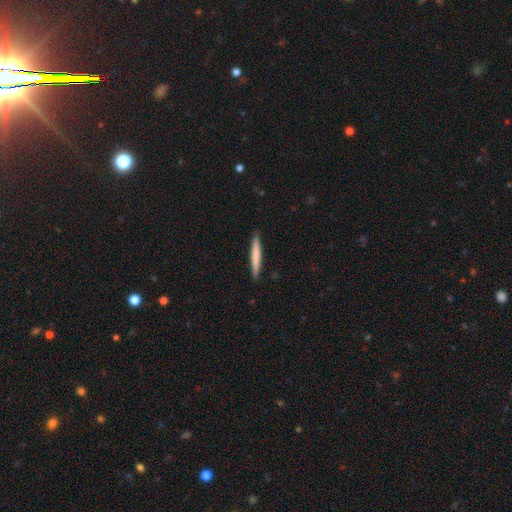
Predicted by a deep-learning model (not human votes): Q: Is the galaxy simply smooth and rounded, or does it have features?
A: smooth — 71%.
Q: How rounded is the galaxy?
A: cigar-shaped — 96%.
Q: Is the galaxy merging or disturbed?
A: none — 91%.